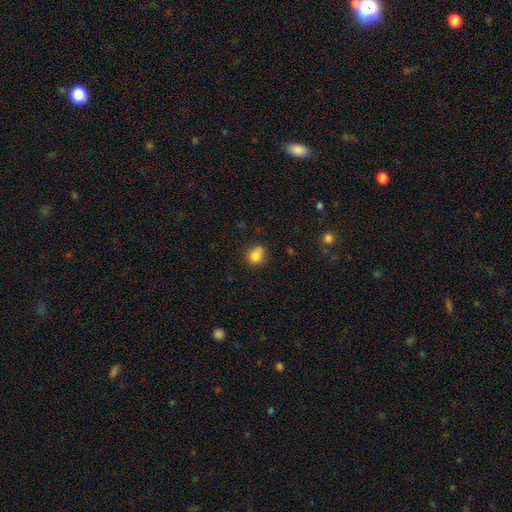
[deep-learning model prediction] smooth_or_featured: smooth (p=0.81) [alt: star or artifact p=0.11]
how_rounded: round (p=0.78) [alt: in between p=0.21]
merging: none (p=0.61) [alt: minor disturbance p=0.22]